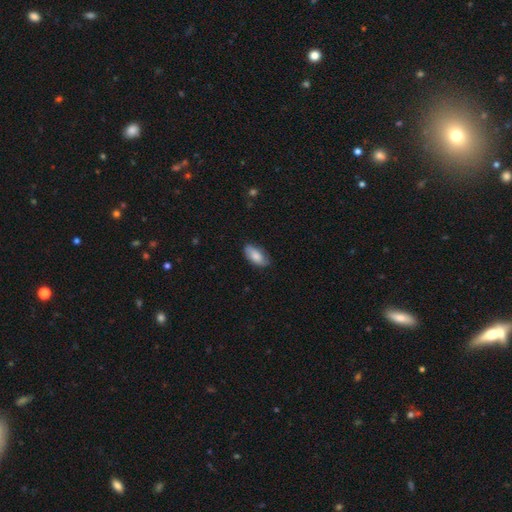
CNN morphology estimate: This is likely a smooth galaxy (72%). How rounded: clearly in between (92%). Merging: likely none (78%).